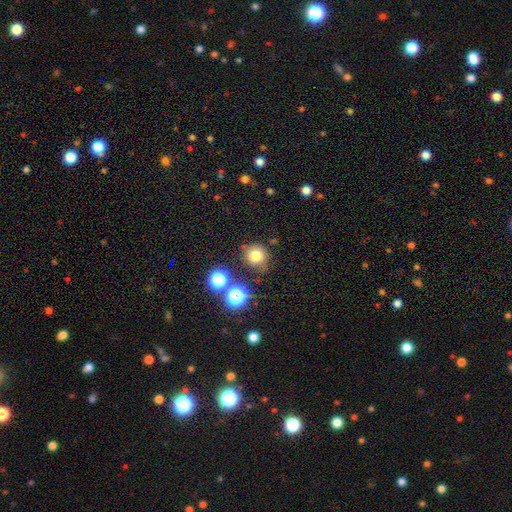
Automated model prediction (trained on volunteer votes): smooth_or_featured: smooth (p=0.76) [alt: star or artifact p=0.16]
how_rounded: round (p=0.90) [alt: in between p=0.09]
merging: none (p=0.75) [alt: minor disturbance p=0.14]